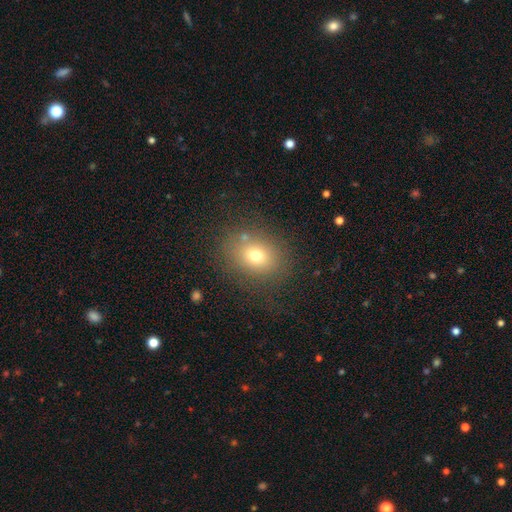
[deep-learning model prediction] Smooth or featured? smooth (71%)
How rounded? round (54%)
Merging? none (78%)